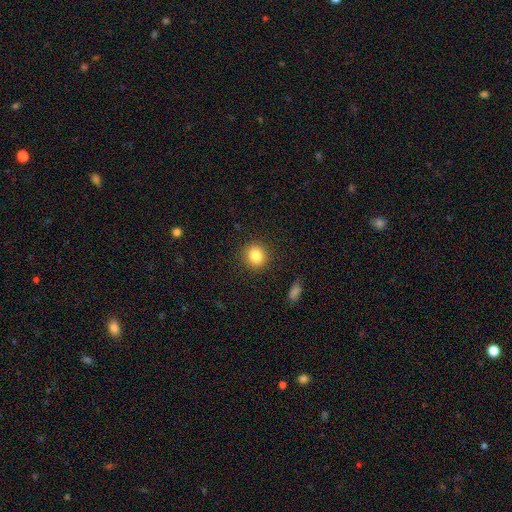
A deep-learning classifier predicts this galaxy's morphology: This appears to be a smooth galaxy with no disk features (83%) that is round (84%). Merging: none (90%).